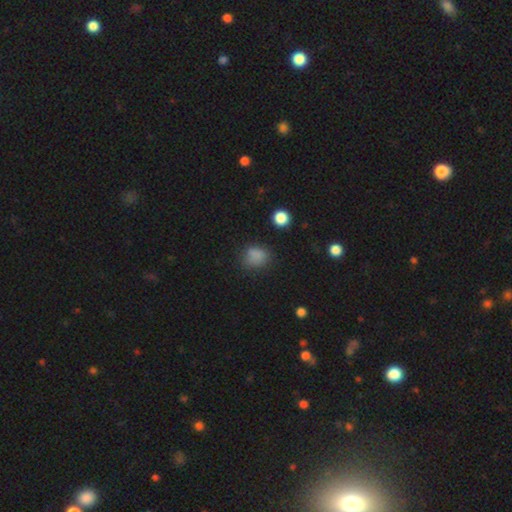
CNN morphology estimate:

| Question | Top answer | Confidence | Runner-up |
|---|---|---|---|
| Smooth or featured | smooth | 80% | star or artifact (15%) |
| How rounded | round | 57% | in between (42%) |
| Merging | none | 69% | minor disturbance (21%) |